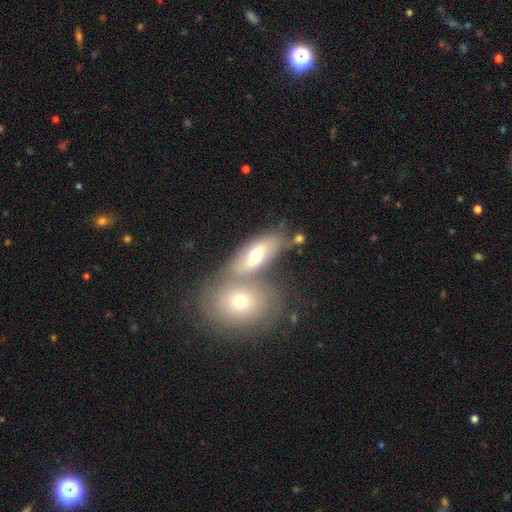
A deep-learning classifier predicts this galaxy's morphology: Q: Smooth or featured?
A: smooth (58%); runner-up: featured or disk (35%)
Q: How rounded?
A: in between (79%); runner-up: cigar-shaped (13%)
Q: Merging?
A: merger (42%); tied with: none (42%)